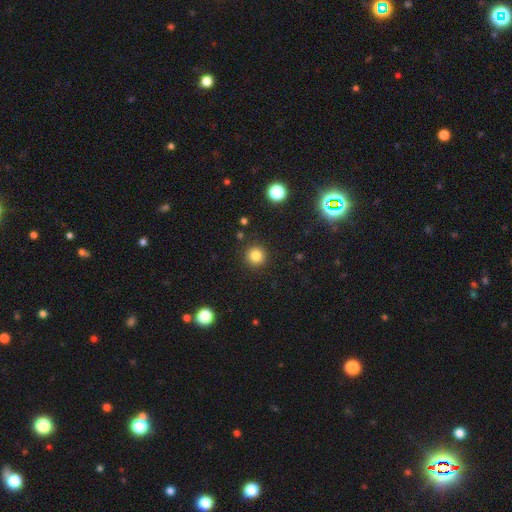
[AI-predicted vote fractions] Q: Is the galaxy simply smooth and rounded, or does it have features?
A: smooth — 83%.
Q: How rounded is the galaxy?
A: round — 95%.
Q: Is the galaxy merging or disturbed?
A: none — 92%.